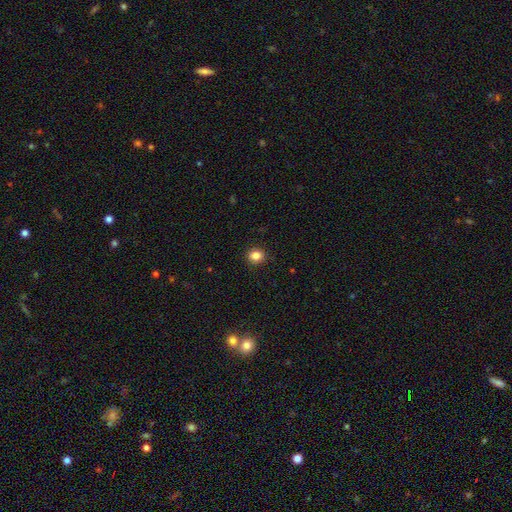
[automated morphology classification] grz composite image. It shows a smooth galaxy with no disk features (84%) that is round (75%). Merging: none (91%).